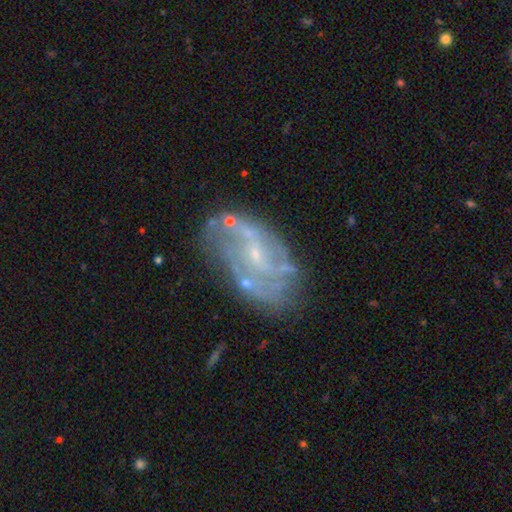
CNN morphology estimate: This is likely a featured or disk galaxy (77%). It is clearly not viewed edge-on (96%). Bar: possibly no (54%). Spiral arm pattern: likely yes (69%). Spiral arm count: marginally can't tell (44%). Spiral winding: marginally medium (39%). Central bulge: likely small (73%). Merging: likely none (61%).